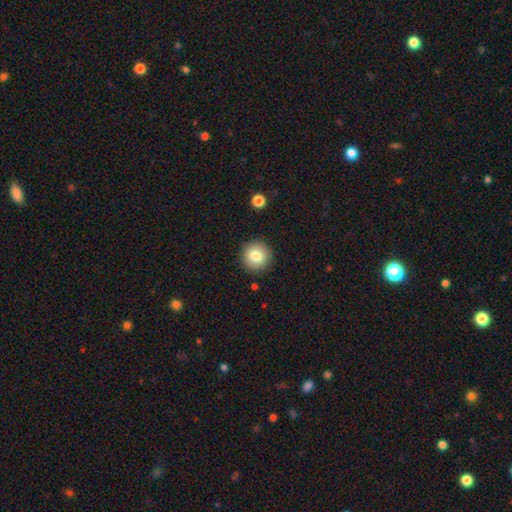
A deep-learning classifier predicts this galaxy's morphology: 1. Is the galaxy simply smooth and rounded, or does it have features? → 80% smooth, 10% featured or disk, 9% star or artifact.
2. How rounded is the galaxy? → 93% round, 6% in between, 1% cigar-shaped.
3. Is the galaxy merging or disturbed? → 90% none, 7% minor disturbance, 2% major disturbance, 1% merger.